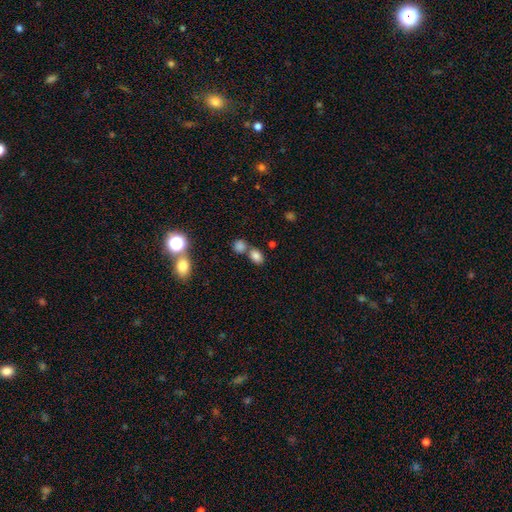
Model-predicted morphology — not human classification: smooth-or-featured: smooth: 81% | star or artifact: 12% | featured or disk: 7%
  how-rounded: in between: 73% | round: 25% | cigar-shaped: 2%
  merging: none: 50% | merger: 37% | minor disturbance: 9% | major disturbance: 4%